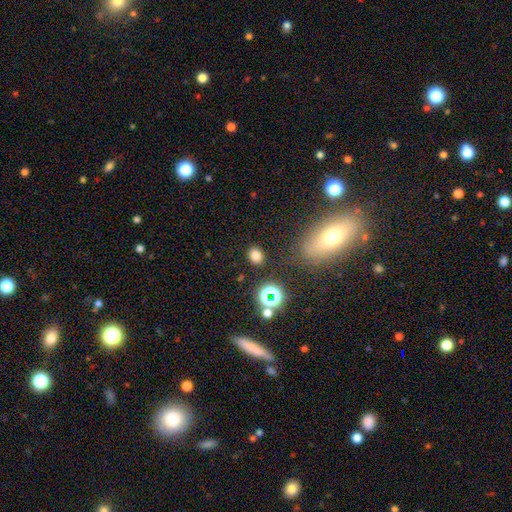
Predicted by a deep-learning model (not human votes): A smooth galaxy with no disk features (76%) that is round (53%).

Vote fractions:
- Smooth or featured? smooth: 76% / star or artifact: 18% / featured or disk: 6%
- How rounded? round: 53% / in between: 46% / cigar-shaped: 1%
- Merging? none: 85% / minor disturbance: 8% / major disturbance: 4% / merger: 3%